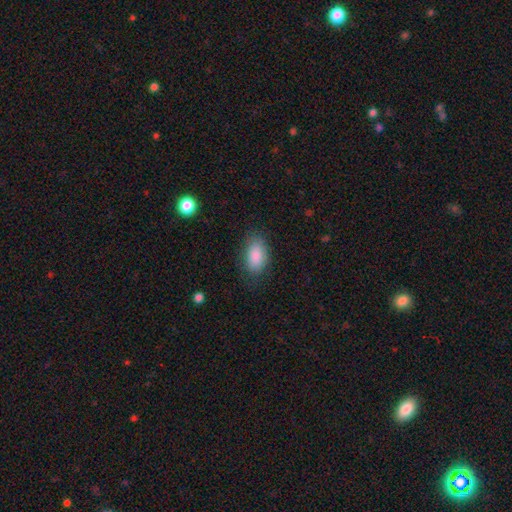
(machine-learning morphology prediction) smooth 88%, star or artifact 7%, featured or disk 5%. Down the decision tree: how rounded — in between (92%); merging — none (79%).